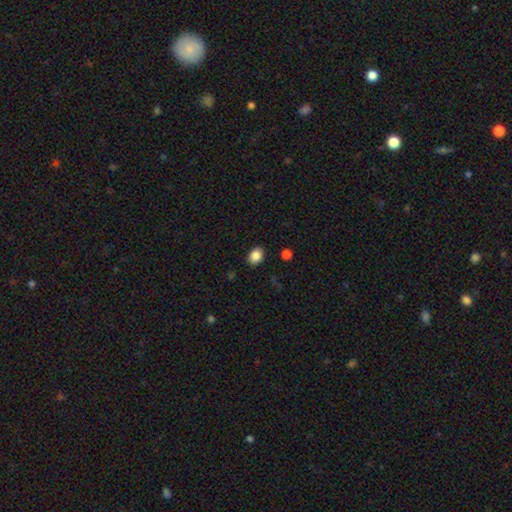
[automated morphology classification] smooth_or_featured: smooth (p=0.87) [alt: star or artifact p=0.09]
how_rounded: in between (p=0.62) [alt: round p=0.37]
merging: none (p=0.88) [alt: minor disturbance p=0.08]